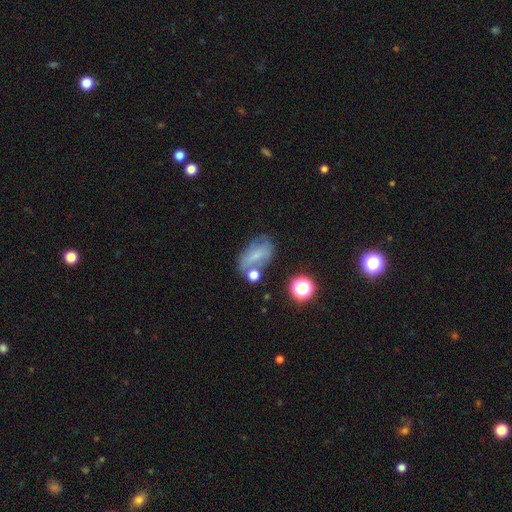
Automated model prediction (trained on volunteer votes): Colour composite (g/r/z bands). It shows a smooth galaxy with no disk features (51%) that is in between round and cigar-shaped (80%). Merging: none (49%).